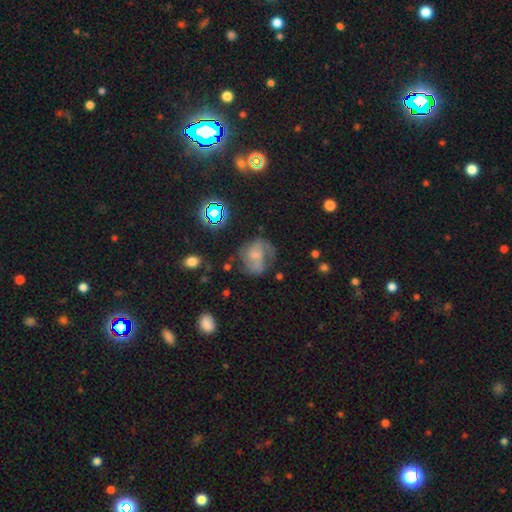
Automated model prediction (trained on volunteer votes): Q: Smooth or featured?
A: featured or disk (65%); runner-up: smooth (22%)
Q: Edge-on disk?
A: no (98%); runner-up: yes (2%)
Q: Bar?
A: no (55%); runner-up: weak (36%)
Q: Spiral arms?
A: yes (87%); runner-up: no (13%)
Q: Spiral winding?
A: medium (49%); runner-up: tight (29%)
Q: Spiral arm count?
A: 2 (52%); runner-up: can't tell (23%)
Q: Bulge size?
A: small (56%); runner-up: moderate (27%)
Q: Merging?
A: none (52%); runner-up: minor disturbance (23%)